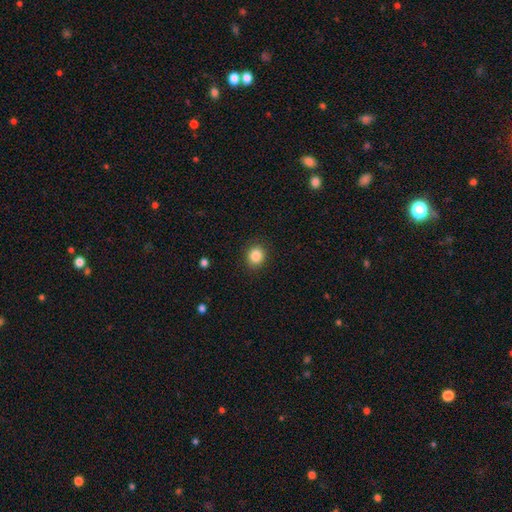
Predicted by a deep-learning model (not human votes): This appears to be a smooth galaxy with no disk features (86%) that is round (78%). Merging: none (89%).